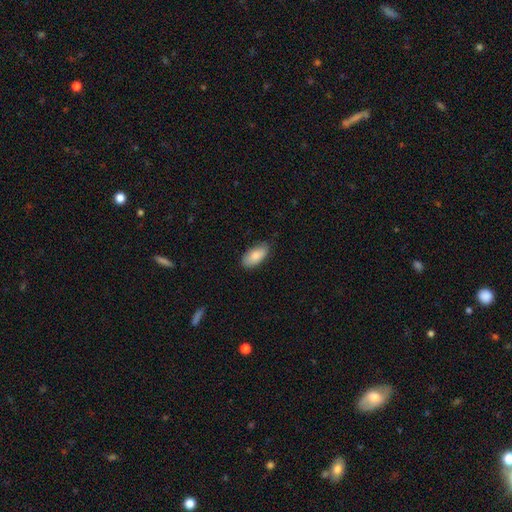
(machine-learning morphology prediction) Smooth or featured? Predicted: smooth (p=0.85). How rounded? Predicted: in between (p=0.93). Merging? Predicted: none (p=0.78).